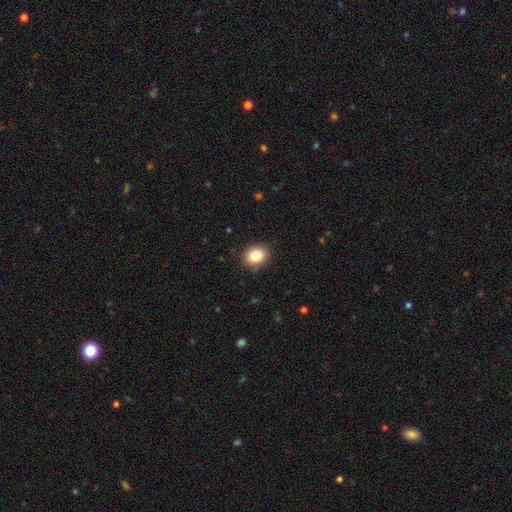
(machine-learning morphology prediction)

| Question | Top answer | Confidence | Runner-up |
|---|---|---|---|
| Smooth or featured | smooth | 84% | star or artifact (9%) |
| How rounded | round | 59% | in between (40%) |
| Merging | none | 88% | minor disturbance (9%) |